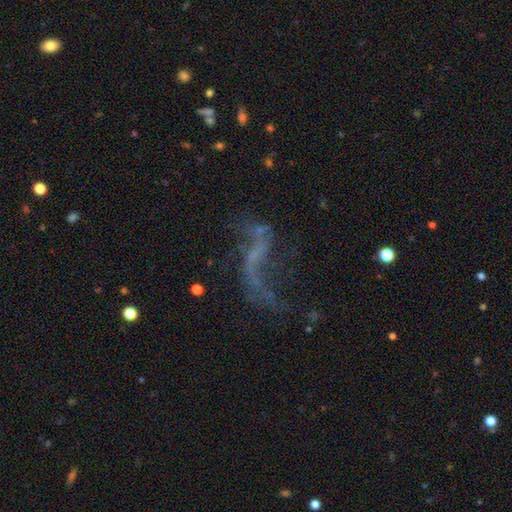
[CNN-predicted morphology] A featured or disk galaxy (68%) with no bar (53%), spiral arms (65%) and no central bulge (70%). Merging: none (44%).